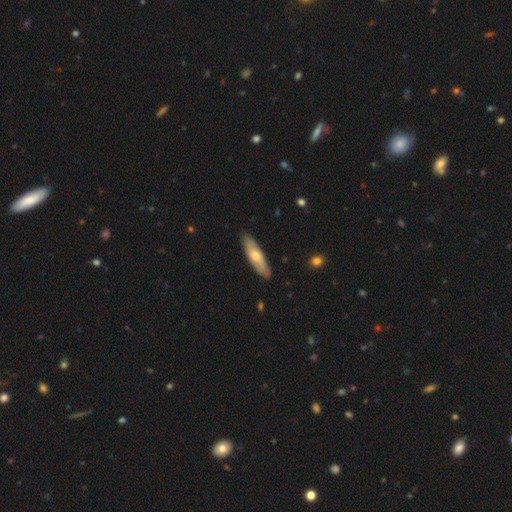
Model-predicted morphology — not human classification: Smooth or featured?
  - smooth: 57% *
  - featured or disk: 38%
  - star or artifact: 5%
How rounded?
  - cigar-shaped: 62% *
  - in between: 36%
  - round: 2%
Merging?
  - none: 87% *
  - minor disturbance: 10%
  - major disturbance: 2%
  - merger: 1%